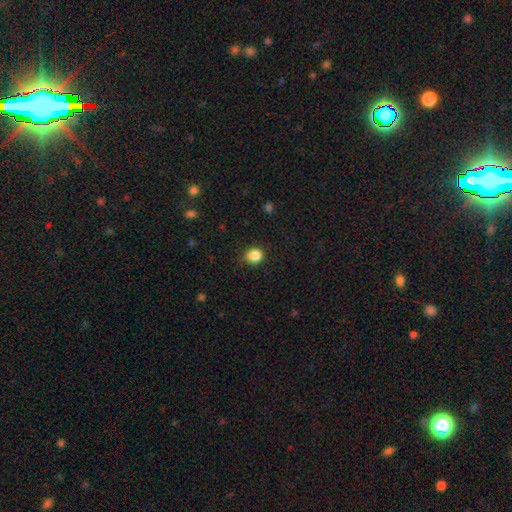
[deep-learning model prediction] Q: Smooth or featured?
A: smooth (85%); runner-up: star or artifact (11%)
Q: How rounded?
A: round (77%); runner-up: in between (22%)
Q: Merging?
A: none (81%); runner-up: minor disturbance (15%)